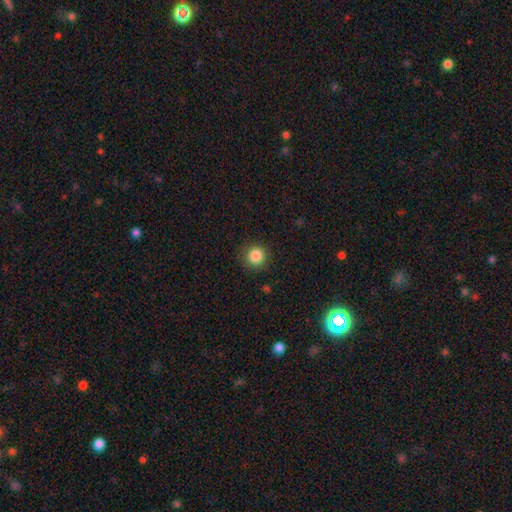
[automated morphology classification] Q: Smooth or featured?
A: smooth (86%); runner-up: star or artifact (10%)
Q: How rounded?
A: round (93%); runner-up: in between (6%)
Q: Merging?
A: none (89%); runner-up: minor disturbance (7%)